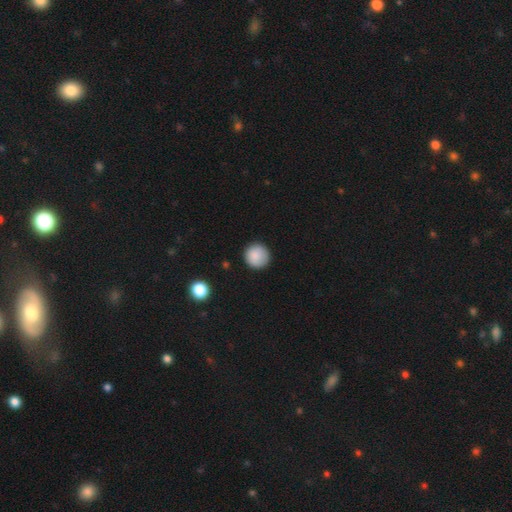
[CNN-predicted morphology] Smooth or featured: smooth — 87% (star or artifact — 8%)
How rounded: round — 95% (in between — 4%)
Merging: none — 89% (minor disturbance — 8%)